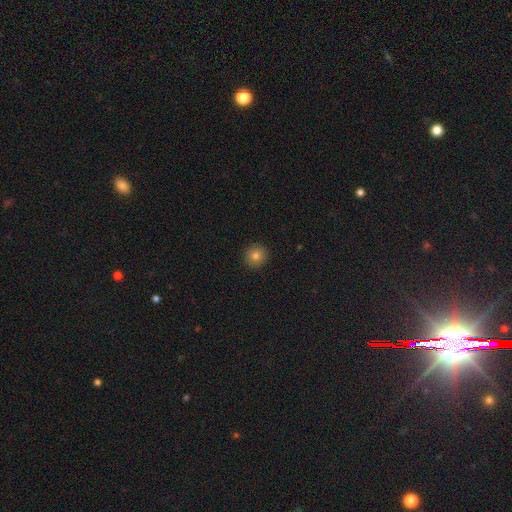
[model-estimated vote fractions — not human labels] Morphology: type=smooth (80%); roundness=round (93%); merging=none (93%).